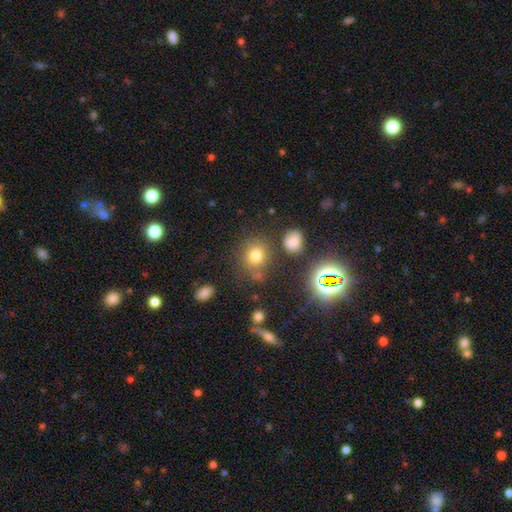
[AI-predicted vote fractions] This appears to be a smooth galaxy with no disk features (73%) that is round (74%). Merging: none (74%).